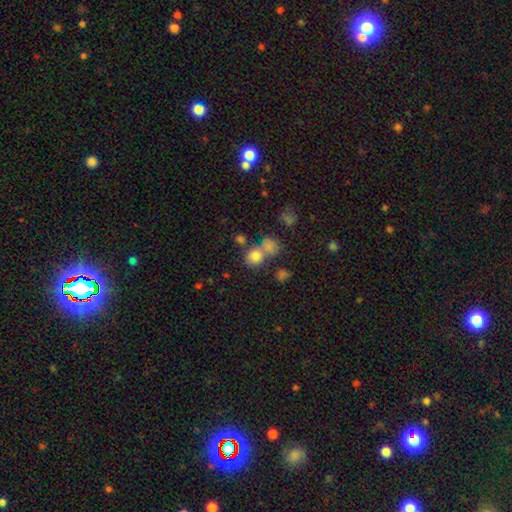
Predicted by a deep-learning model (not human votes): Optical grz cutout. It shows a smooth galaxy with no disk features (78%) that is round (72%). Merging: none (50%).